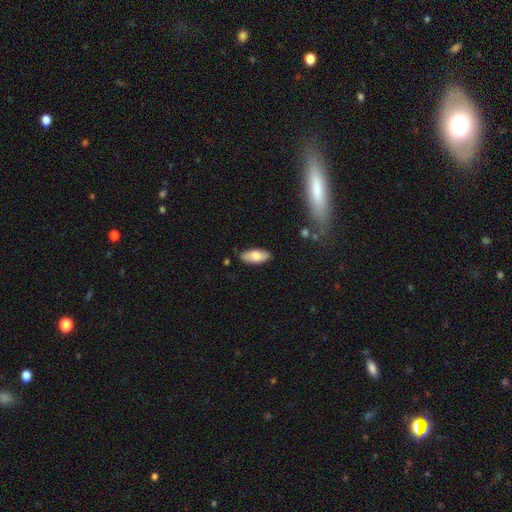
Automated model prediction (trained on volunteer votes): Morphology: type=smooth (75%); roundness=in between (85%); merging=none (86%).